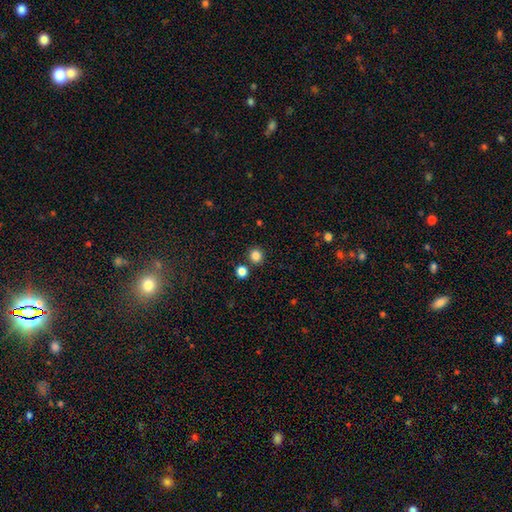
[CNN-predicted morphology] Q: Smooth or featured?
A: smooth (84%); runner-up: star or artifact (13%)
Q: How rounded?
A: round (91%); runner-up: in between (8%)
Q: Merging?
A: none (85%); runner-up: merger (7%)